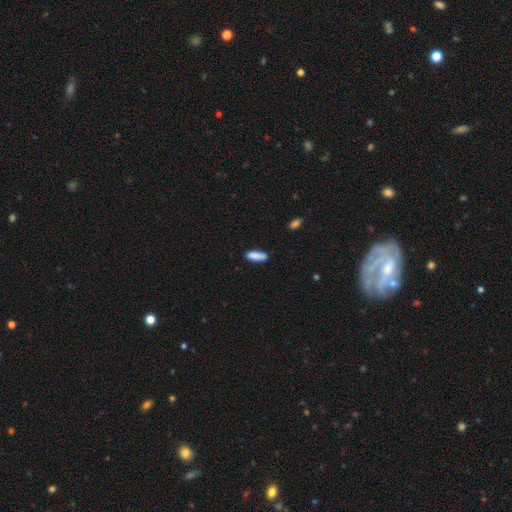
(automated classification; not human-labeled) Smooth or featured?
  - smooth: 87% *
  - featured or disk: 7%
  - star or artifact: 7%
How rounded?
  - cigar-shaped: 51% *
  - in between: 48%
  - round: 2%
Merging?
  - none: 80% *
  - minor disturbance: 14%
  - merger: 3%
  - major disturbance: 3%